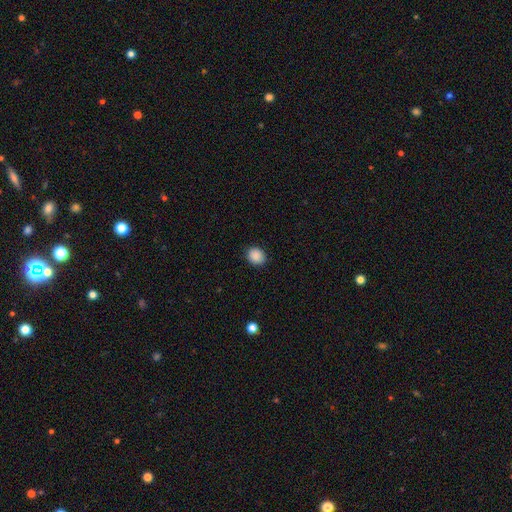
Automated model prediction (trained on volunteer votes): Smooth or featured? Predicted: smooth (p=0.89). How rounded? Predicted: round (p=0.59). Merging? Predicted: none (p=0.89).